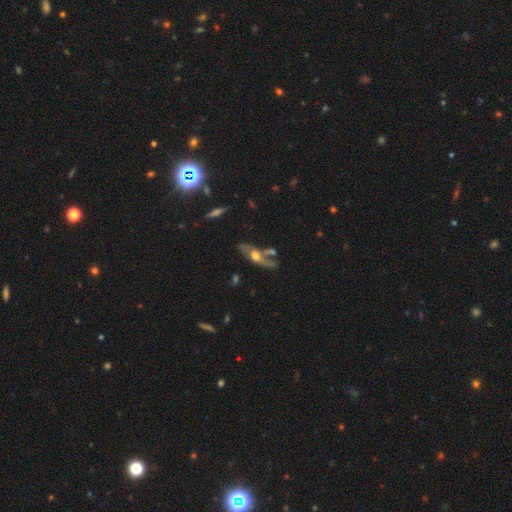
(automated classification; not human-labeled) Morphology: type=featured or disk (66%); edge-on=no (57%); merging=none (53%).